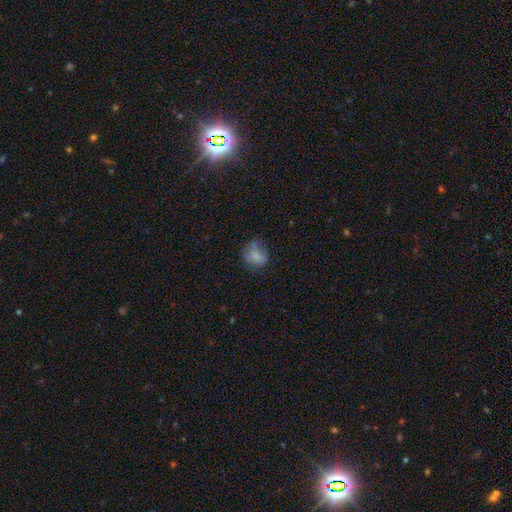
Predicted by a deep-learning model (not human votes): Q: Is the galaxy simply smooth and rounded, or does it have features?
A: smooth — 70%.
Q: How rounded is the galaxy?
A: round — 52%.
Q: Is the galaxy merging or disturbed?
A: none — 47%.